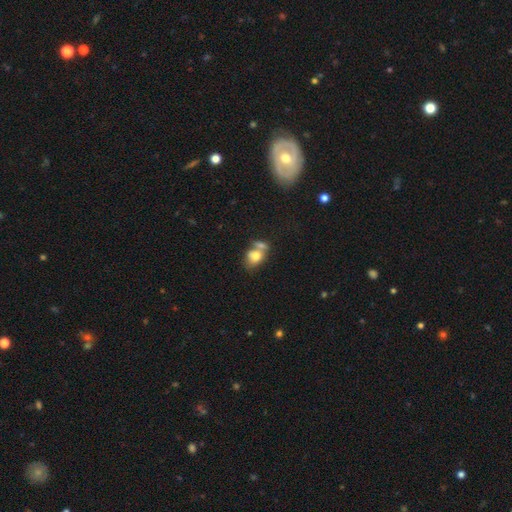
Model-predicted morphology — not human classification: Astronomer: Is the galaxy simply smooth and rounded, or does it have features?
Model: smooth — 74%.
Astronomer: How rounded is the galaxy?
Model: in between — 63%.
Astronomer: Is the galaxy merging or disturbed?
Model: merger — 53% (runner-up: none, 29%).